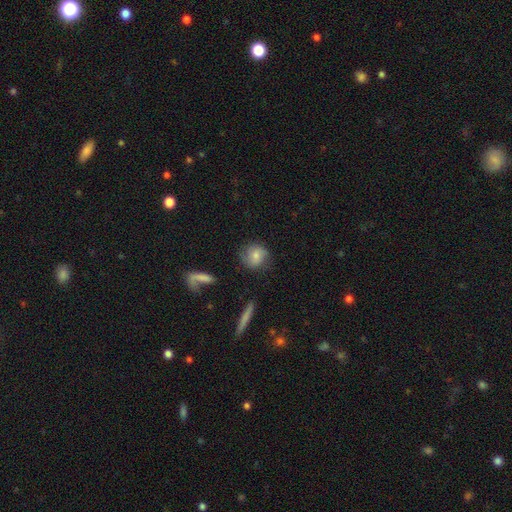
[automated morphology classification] smooth 67%, featured or disk 25%, star or artifact 8%. Down the decision tree: how rounded — round (78%); merging — none (71%).